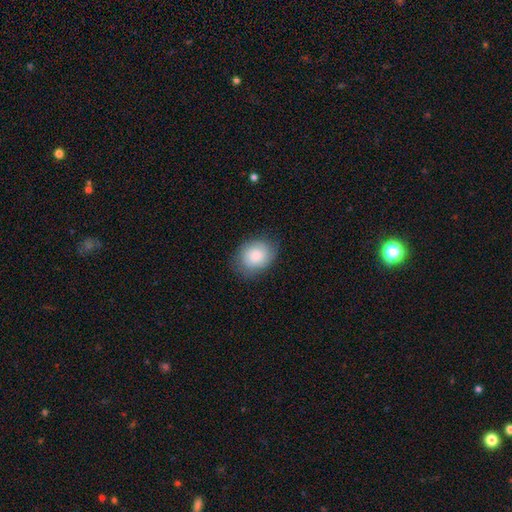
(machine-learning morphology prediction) smooth-or-featured: smooth: 81% | featured or disk: 12% | star or artifact: 7%
  how-rounded: in between: 58% | round: 41% | cigar-shaped: 1%
  merging: none: 76% | minor disturbance: 18% | major disturbance: 5% | merger: 1%